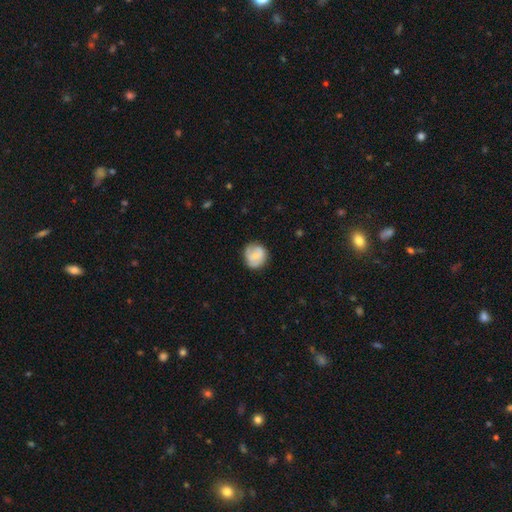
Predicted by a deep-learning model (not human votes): Q: Smooth or featured?
A: smooth (56%); runner-up: featured or disk (37%)
Q: How rounded?
A: round (84%); runner-up: in between (15%)
Q: Merging?
A: none (71%); runner-up: minor disturbance (21%)